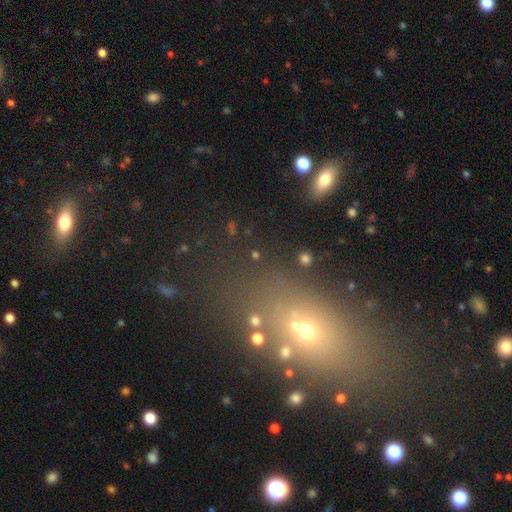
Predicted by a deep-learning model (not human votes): Morphology: type=smooth (47%); merging=none (64%).